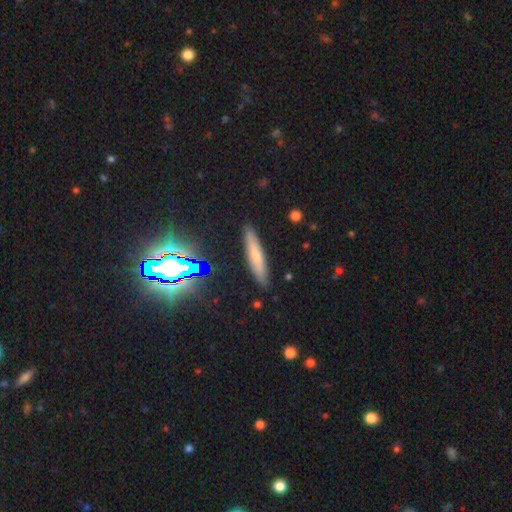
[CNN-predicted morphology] This appears to be a smooth galaxy with no disk features (60%) that is cigar-shaped (87%). Merging: none (88%).